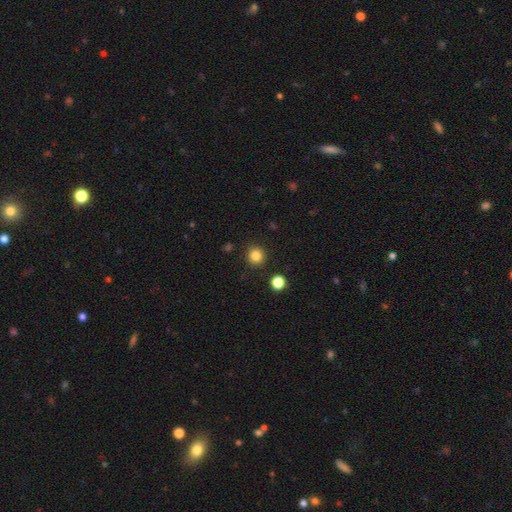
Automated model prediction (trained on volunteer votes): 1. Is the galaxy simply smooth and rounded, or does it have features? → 83% smooth, 12% star or artifact, 4% featured or disk.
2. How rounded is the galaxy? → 93% round, 6% in between, 1% cigar-shaped.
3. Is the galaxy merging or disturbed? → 91% none, 6% minor disturbance, 2% major disturbance, 2% merger.